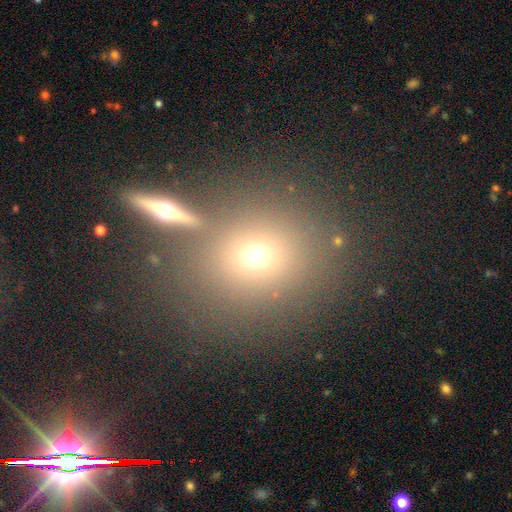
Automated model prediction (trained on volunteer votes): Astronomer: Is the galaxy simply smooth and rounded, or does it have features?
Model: smooth — 63%.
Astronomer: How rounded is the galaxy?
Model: round — 78%.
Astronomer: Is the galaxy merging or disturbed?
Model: none — 72%.